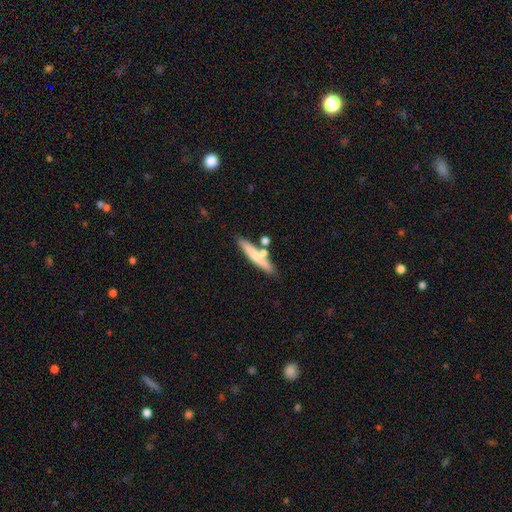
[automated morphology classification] smooth 64%, featured or disk 30%, star or artifact 6%. Down the decision tree: how rounded — cigar-shaped (88%); merging — none (68%).